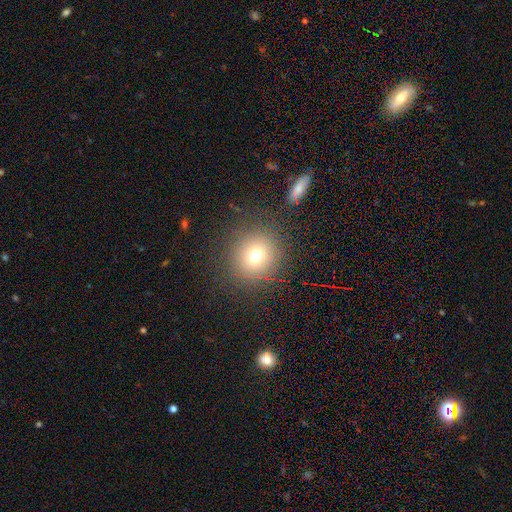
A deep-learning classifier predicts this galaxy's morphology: The model was most divided on "smooth or featured": smooth: 72%, star or artifact: 18%, featured or disk: 10%. More confident: how rounded — round (89%); merging — none (87%).